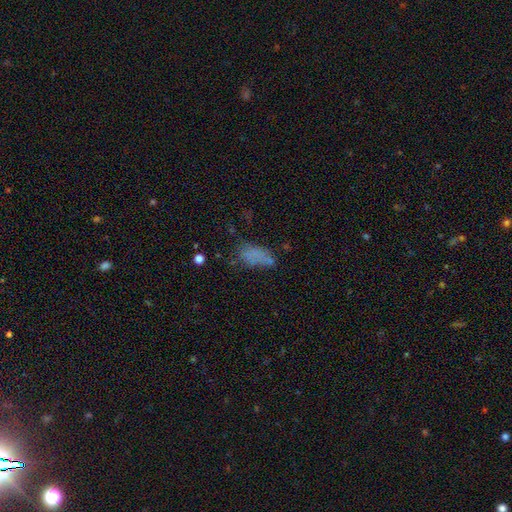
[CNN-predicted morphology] This appears to be a smooth galaxy with no disk features (64%) that is in between round and cigar-shaped (83%). Merging: none (44%).